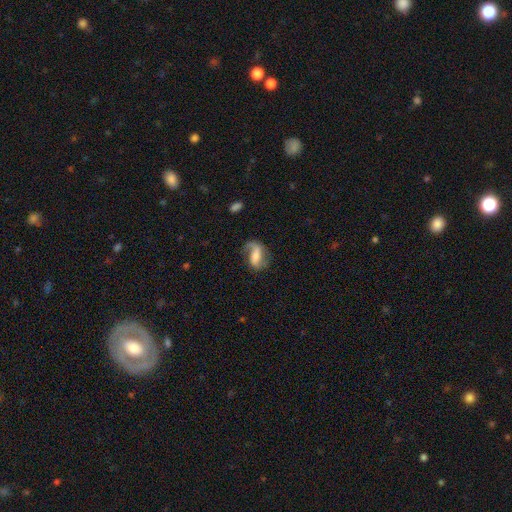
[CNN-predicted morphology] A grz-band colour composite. It shows a featured or disk galaxy (63%) with a weak bar (39%), 2 (54%) loose (54%) spiral arms (88%) and a moderate central bulge (29%). Merging: none (51%).